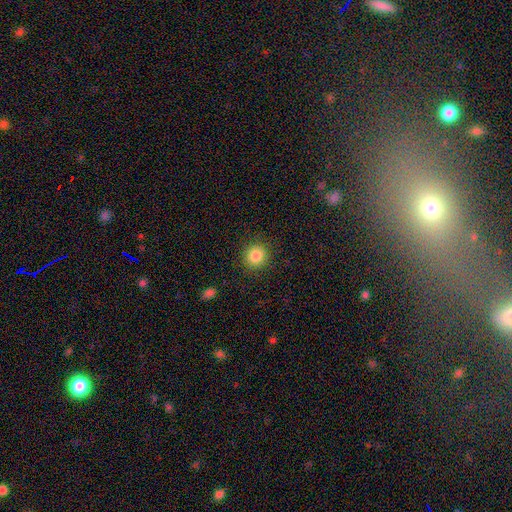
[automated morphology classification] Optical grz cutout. It shows a smooth galaxy with no disk features (85%) that is round (90%). Merging: none (90%).